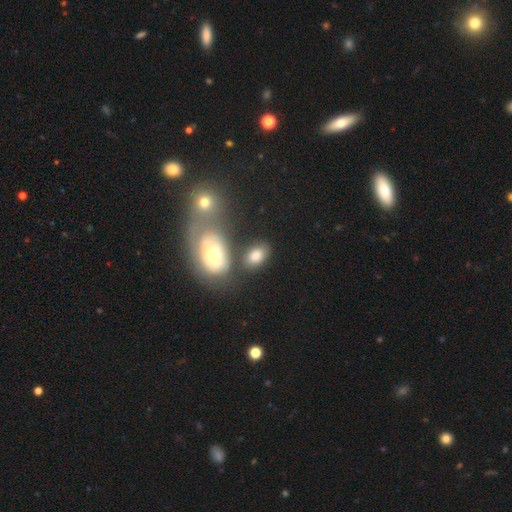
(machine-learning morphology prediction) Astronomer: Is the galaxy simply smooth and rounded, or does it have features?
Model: smooth — 78%.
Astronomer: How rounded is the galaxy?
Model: in between — 85%.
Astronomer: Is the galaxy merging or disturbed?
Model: none — 63%.